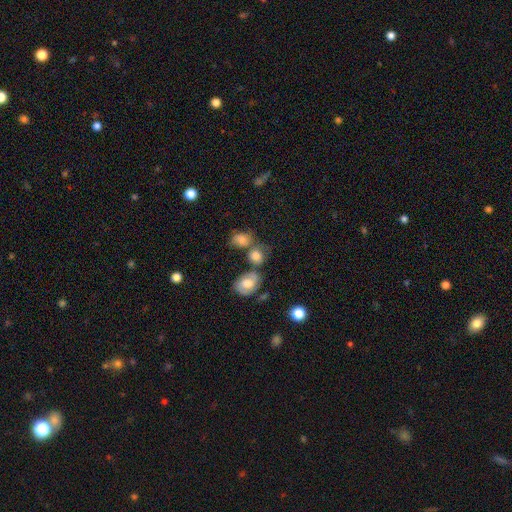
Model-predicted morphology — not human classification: Smooth or featured?
  - smooth: 71% *
  - featured or disk: 18%
  - star or artifact: 10%
How rounded?
  - round: 58% *
  - in between: 40%
  - cigar-shaped: 2%
Merging?
  - none: 49% *
  - merger: 25%
  - minor disturbance: 17%
  - major disturbance: 8%